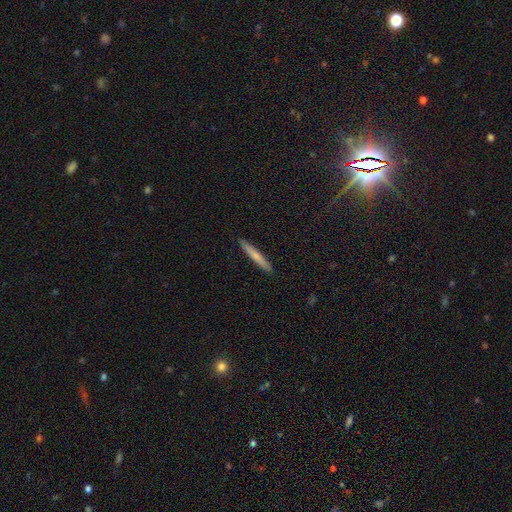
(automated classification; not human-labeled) A smooth galaxy with no disk features (67%) that is cigar-shaped (96%).

Vote fractions:
- Smooth or featured? smooth: 67% / featured or disk: 27% / star or artifact: 6%
- How rounded? cigar-shaped: 96% / in between: 3% / round: 1%
- Merging? none: 92% / minor disturbance: 6% / major disturbance: 1% / merger: 1%